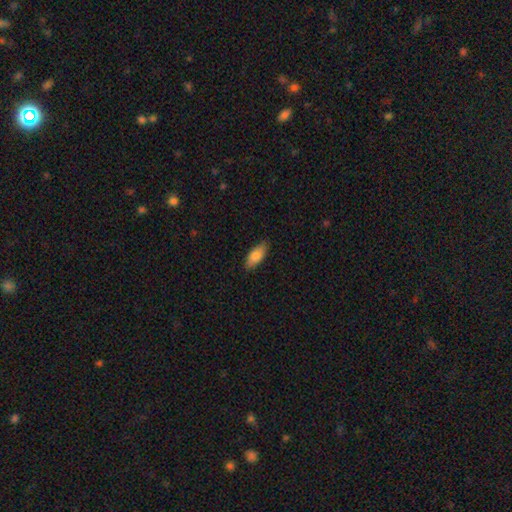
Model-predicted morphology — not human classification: Smooth or featured? smooth (83%)
How rounded? in between (83%)
Merging? none (85%)